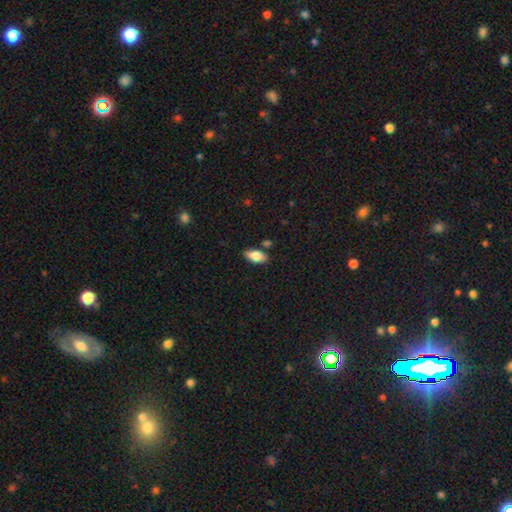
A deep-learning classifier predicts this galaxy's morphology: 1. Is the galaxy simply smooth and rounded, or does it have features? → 81% smooth, 12% featured or disk, 7% star or artifact.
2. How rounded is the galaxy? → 90% in between, 6% cigar-shaped, 3% round.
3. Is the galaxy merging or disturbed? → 82% none, 12% minor disturbance, 4% merger, 2% major disturbance.